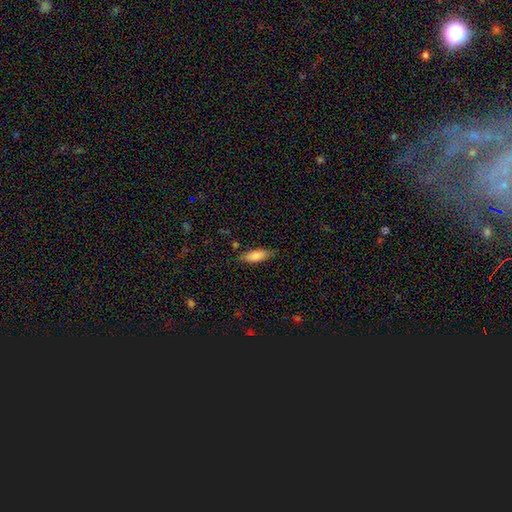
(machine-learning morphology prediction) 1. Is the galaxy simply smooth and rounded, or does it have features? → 82% smooth, 12% featured or disk, 6% star or artifact.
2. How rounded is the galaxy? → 62% in between, 37% cigar-shaped, 2% round.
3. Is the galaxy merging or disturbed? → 79% none, 16% minor disturbance, 3% major disturbance, 2% merger.